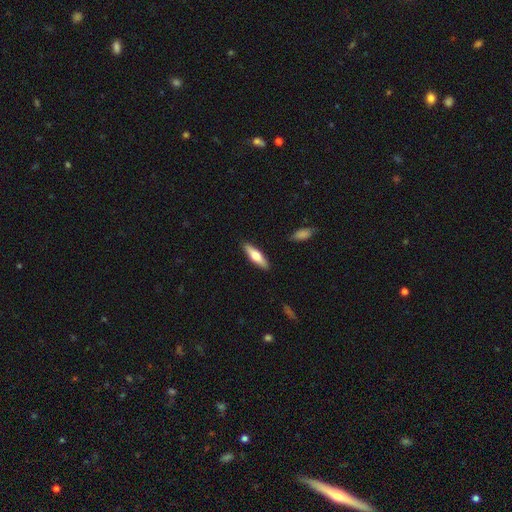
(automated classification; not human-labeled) Smooth or featured? smooth (58%)
How rounded? cigar-shaped (58%)
Merging? none (89%)